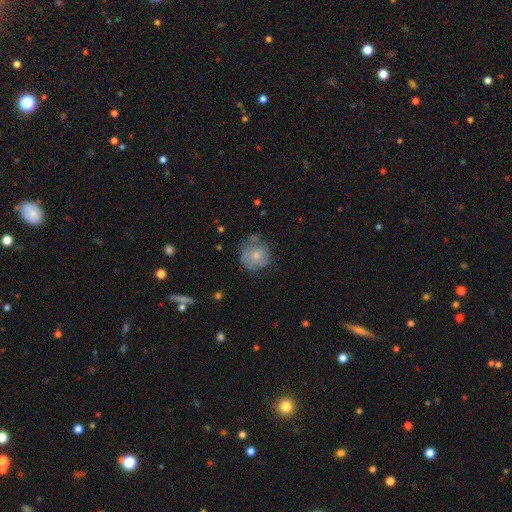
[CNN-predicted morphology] smooth 66%, featured or disk 26%, star or artifact 8%. Down the decision tree: how rounded — round (86%); merging — none (58%).